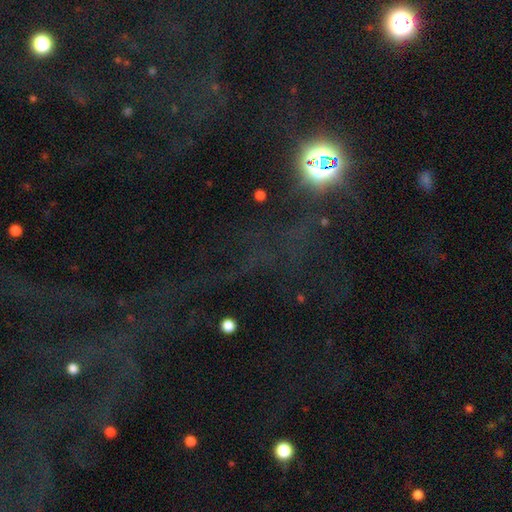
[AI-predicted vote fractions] This appears to be a star or artifact, not a galaxy (72%).